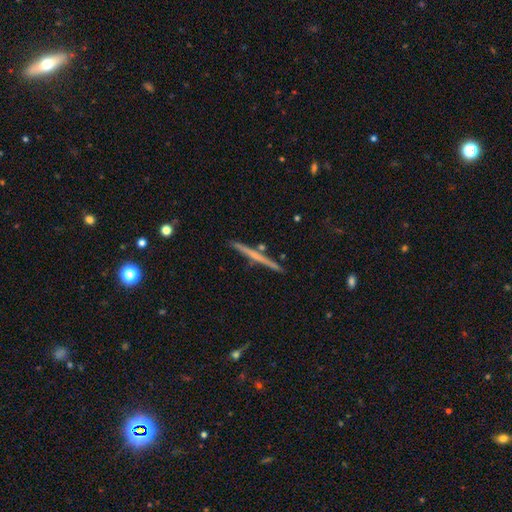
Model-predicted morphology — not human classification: Smooth or featured? Predicted: featured or disk (p=0.61). Edge-on disk? Predicted: yes (p=0.98). Edge-on bulge? Predicted: none (p=0.77). Merging? Predicted: none (p=0.90).